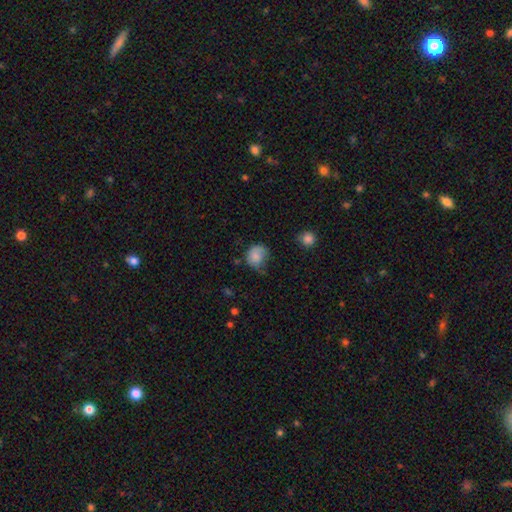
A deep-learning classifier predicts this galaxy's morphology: smooth 76%, featured or disk 15%, star or artifact 9%. Down the decision tree: how rounded — round (70%); merging — none (39%).